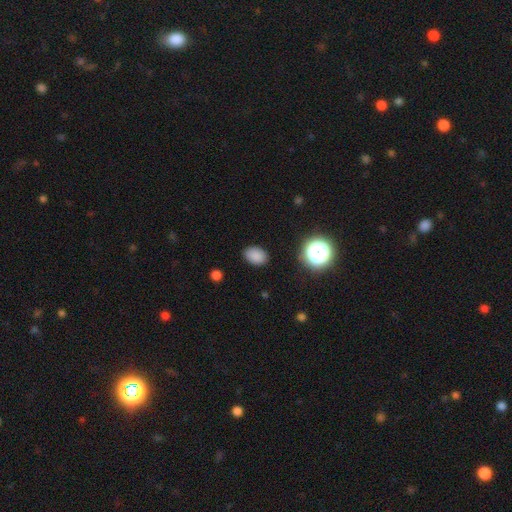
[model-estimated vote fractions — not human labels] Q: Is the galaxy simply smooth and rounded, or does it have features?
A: smooth — 83%.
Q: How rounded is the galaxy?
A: in between — 77%.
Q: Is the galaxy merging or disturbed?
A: none — 85%.